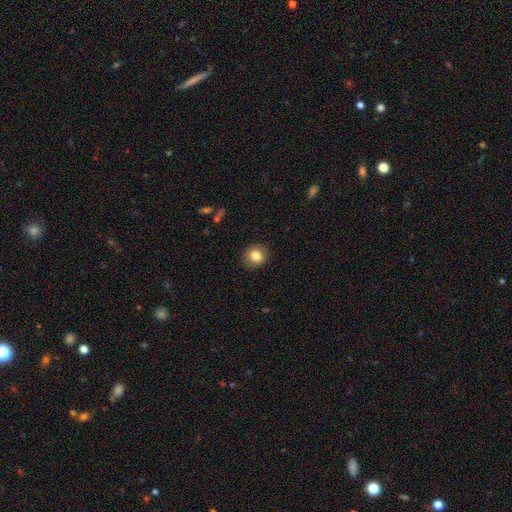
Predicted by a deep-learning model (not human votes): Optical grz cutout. It shows a smooth galaxy with no disk features (82%) that is round (80%). Merging: none (89%).